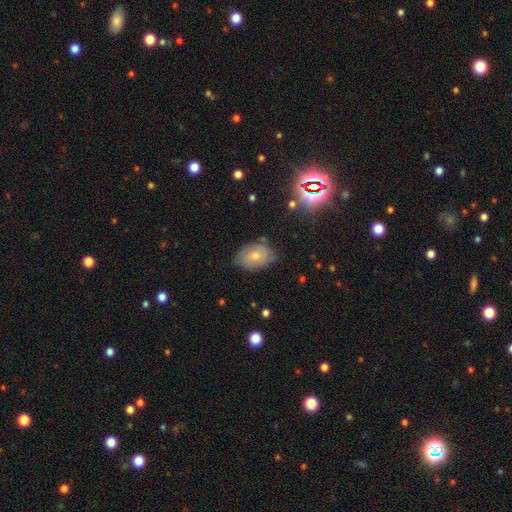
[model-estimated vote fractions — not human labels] This appears to be a smooth galaxy with no disk features (55%) that is in between round and cigar-shaped (84%). Merging: none (73%).